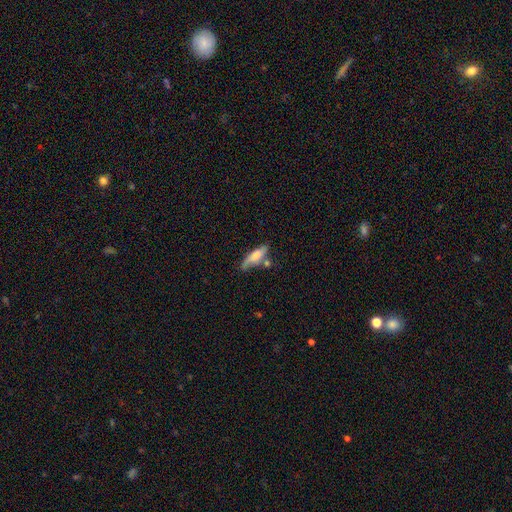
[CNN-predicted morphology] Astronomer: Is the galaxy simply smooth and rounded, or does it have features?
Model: smooth — 61%.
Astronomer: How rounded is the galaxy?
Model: cigar-shaped — 56% (runner-up: in between, 42%).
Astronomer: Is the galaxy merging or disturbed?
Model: none — 53%.